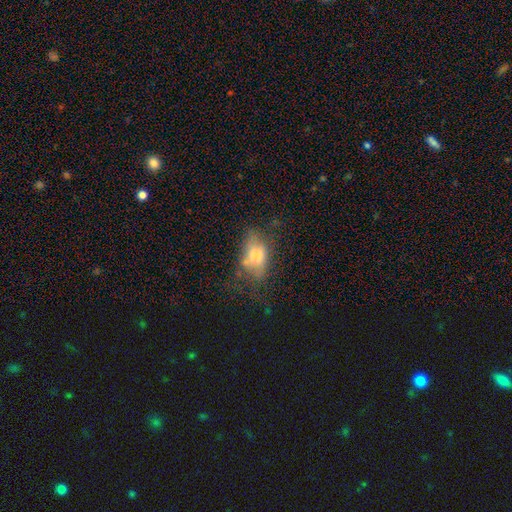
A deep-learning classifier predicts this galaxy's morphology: smooth-or-featured: smooth: 56% | featured or disk: 33% | star or artifact: 11%
  how-rounded: in between: 85% | round: 10% | cigar-shaped: 5%
  merging: none: 37% | major disturbance: 27% | minor disturbance: 27% | merger: 9%